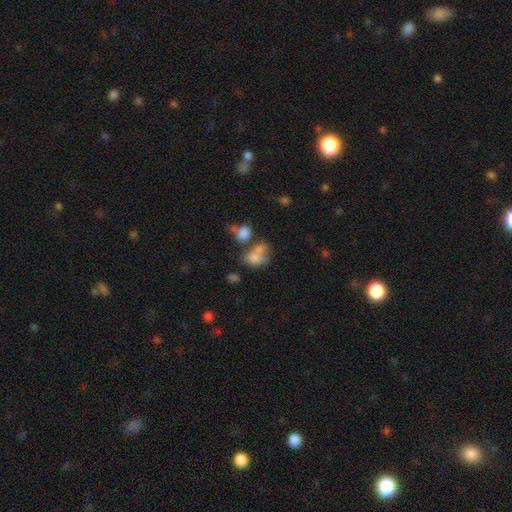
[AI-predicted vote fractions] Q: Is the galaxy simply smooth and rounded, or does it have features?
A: smooth — 73%.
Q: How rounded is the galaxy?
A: in between — 64%.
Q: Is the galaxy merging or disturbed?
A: merger — 51%.